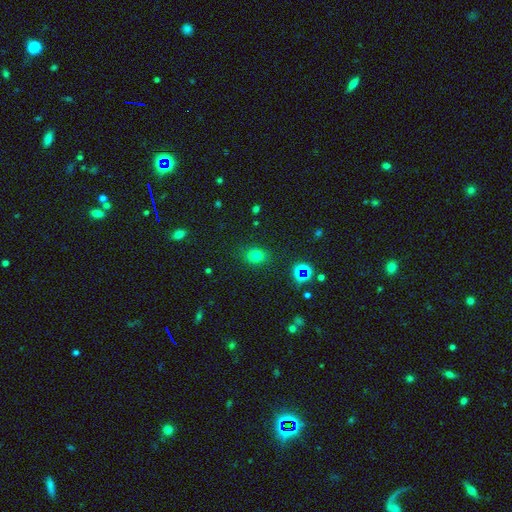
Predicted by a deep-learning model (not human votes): smooth 72%, star or artifact 21%, featured or disk 7%. Down the decision tree: how rounded — round (57%); merging — none (86%).